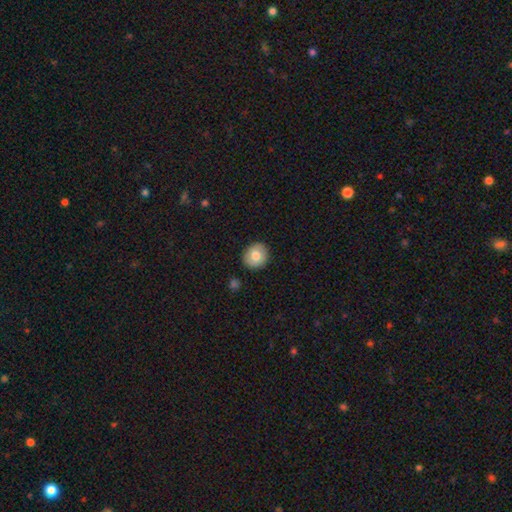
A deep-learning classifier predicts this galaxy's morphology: Q: Smooth or featured?
A: smooth (74%); runner-up: featured or disk (18%)
Q: How rounded?
A: round (79%); runner-up: in between (21%)
Q: Merging?
A: none (88%); runner-up: minor disturbance (9%)